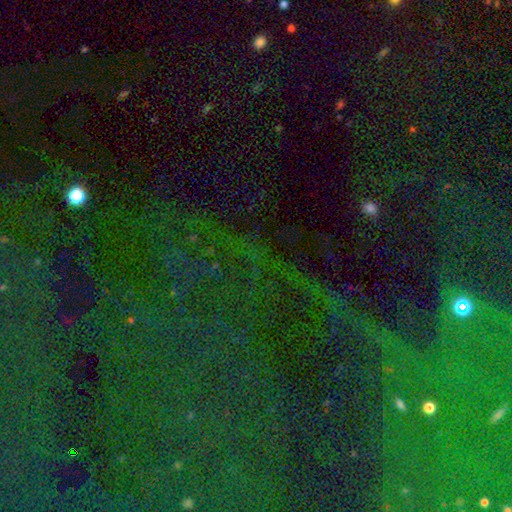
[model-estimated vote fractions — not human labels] Smooth or featured: star or artifact — 78% (smooth — 11%)